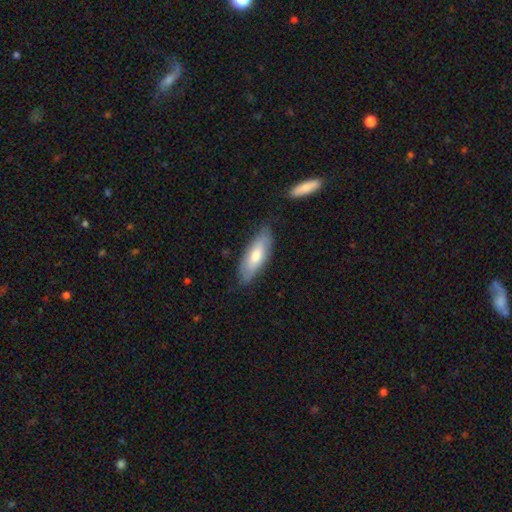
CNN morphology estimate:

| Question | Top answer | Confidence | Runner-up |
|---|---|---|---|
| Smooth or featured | smooth | 69% | featured or disk (25%) |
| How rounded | in between | 63% | cigar-shaped (35%) |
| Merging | none | 80% | minor disturbance (15%) |